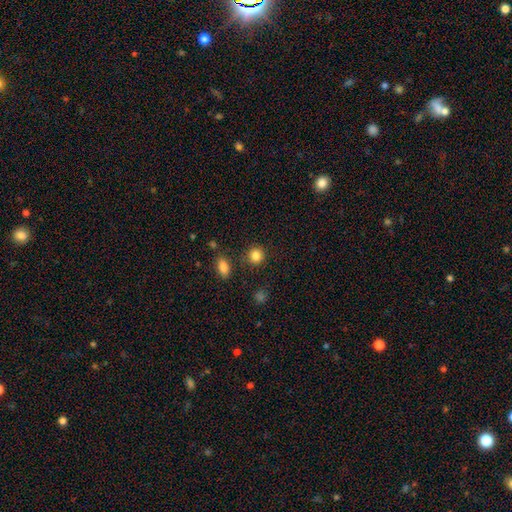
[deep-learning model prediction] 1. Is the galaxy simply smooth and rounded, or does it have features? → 86% smooth, 10% star or artifact, 4% featured or disk.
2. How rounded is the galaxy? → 89% round, 10% in between, 1% cigar-shaped.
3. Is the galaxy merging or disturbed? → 86% none, 8% minor disturbance, 3% merger, 3% major disturbance.